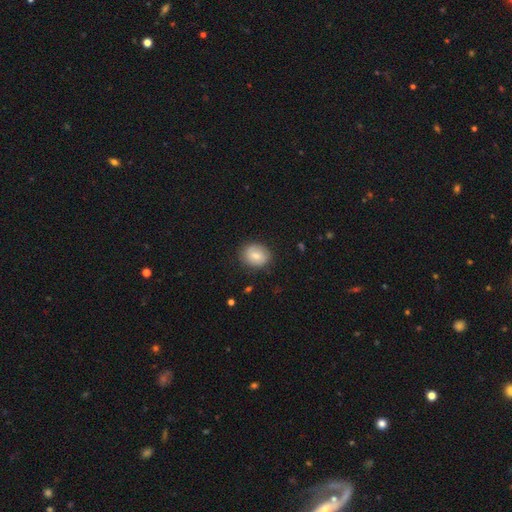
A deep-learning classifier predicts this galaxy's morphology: Q: Smooth or featured?
A: smooth (73%); runner-up: featured or disk (20%)
Q: How rounded?
A: round (59%); runner-up: in between (40%)
Q: Merging?
A: none (83%); runner-up: minor disturbance (12%)